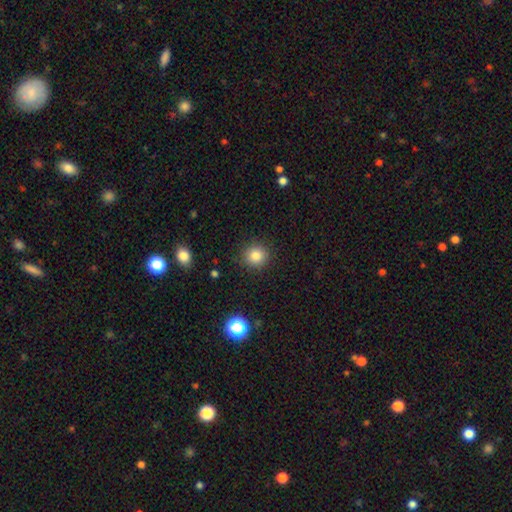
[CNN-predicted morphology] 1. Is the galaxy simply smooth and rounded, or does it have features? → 83% smooth, 11% star or artifact, 5% featured or disk.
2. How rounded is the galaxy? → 89% round, 10% in between, 1% cigar-shaped.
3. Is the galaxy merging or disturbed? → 88% none, 8% minor disturbance, 3% major disturbance, 1% merger.